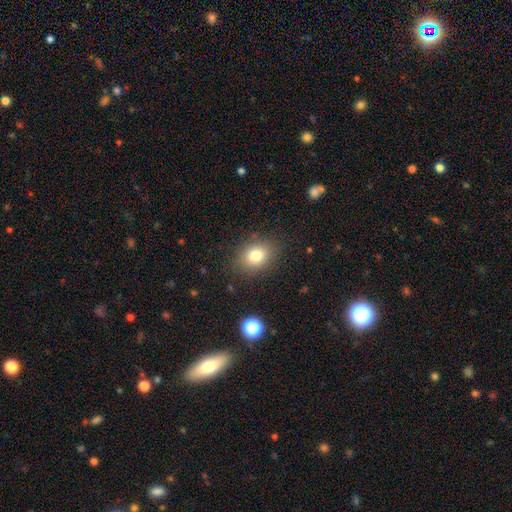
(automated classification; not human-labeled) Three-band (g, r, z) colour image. It shows a smooth galaxy with no disk features (80%) that is in between round and cigar-shaped (60%). Merging: none (83%).